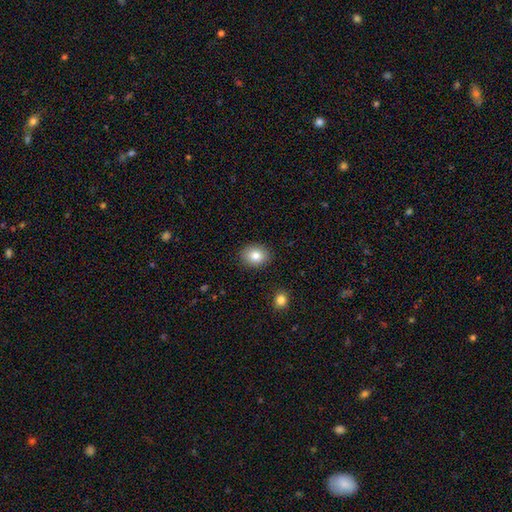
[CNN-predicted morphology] A smooth galaxy with no disk features (83%) that is in between round and cigar-shaped (53%). Merging: none (89%).